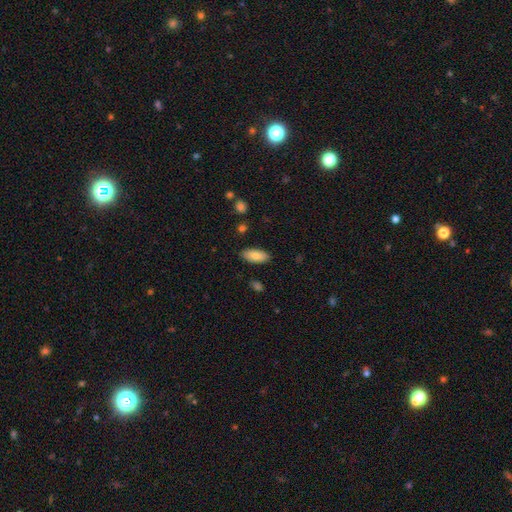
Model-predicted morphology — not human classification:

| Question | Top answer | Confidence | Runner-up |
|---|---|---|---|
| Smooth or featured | smooth | 84% | featured or disk (9%) |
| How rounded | in between | 88% | cigar-shaped (10%) |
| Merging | none | 86% | minor disturbance (10%) |